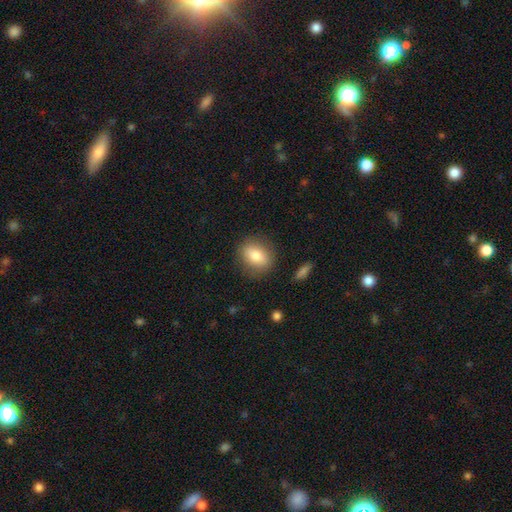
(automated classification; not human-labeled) Q: Smooth or featured?
A: smooth (78%); runner-up: featured or disk (14%)
Q: How rounded?
A: in between (55%); runner-up: round (43%)
Q: Merging?
A: none (83%); runner-up: minor disturbance (12%)